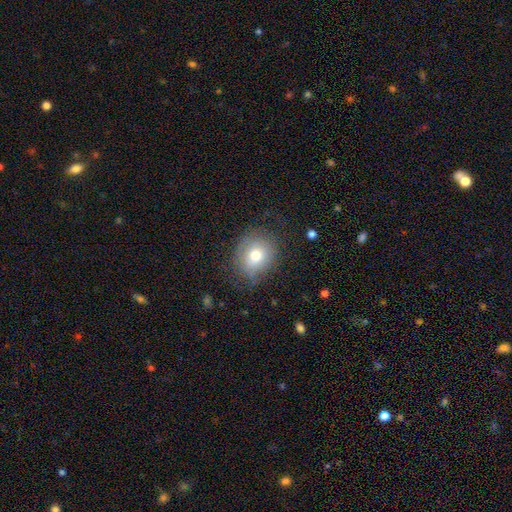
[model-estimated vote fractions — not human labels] Smooth or featured? Predicted: smooth (p=0.70). How rounded? Predicted: round (p=0.65). Merging? Predicted: none (p=0.71).